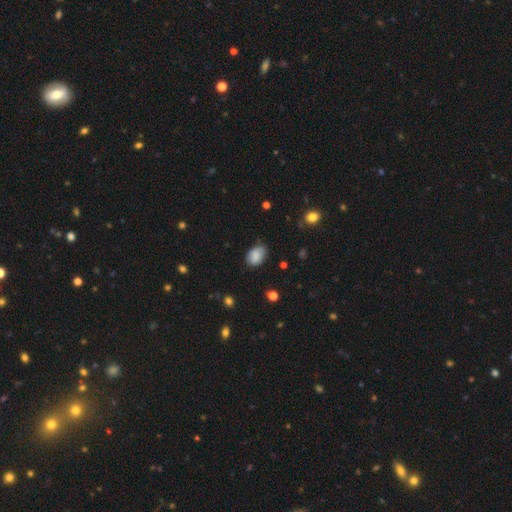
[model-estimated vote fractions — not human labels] smooth 84%, star or artifact 8%, featured or disk 8%. Down the decision tree: how rounded — in between (83%); merging — none (70%).